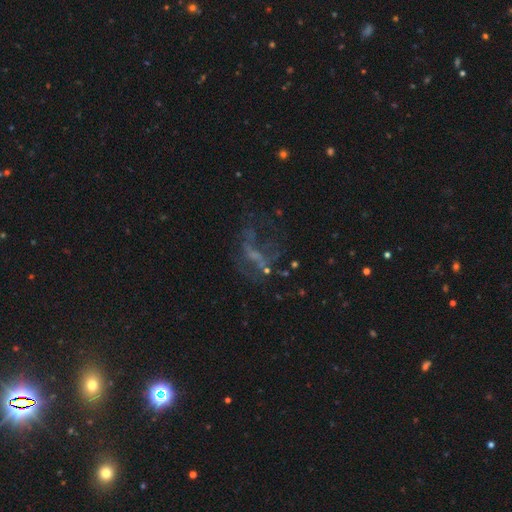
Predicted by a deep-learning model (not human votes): Overall: featured or disk (55%; star or artifact 27%). Edge-on disk: no (95%). Bar: no (62%; weak 26%). Spiral arms: no (70%; yes 30%). Bulge size: none (59%; small 27%). Merging: none (41%; major disturbance 39%).